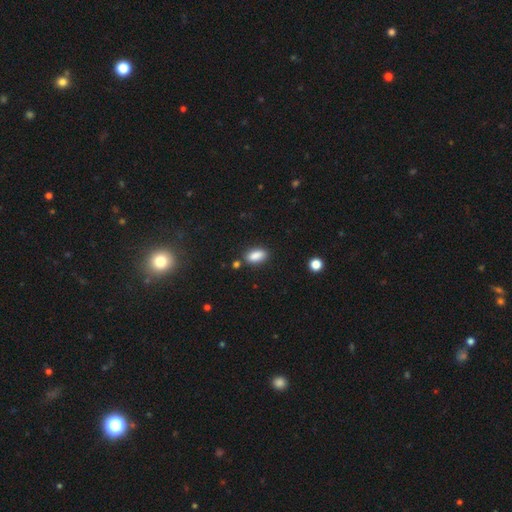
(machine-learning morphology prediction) Smooth or featured? Predicted: smooth (p=0.87). How rounded? Predicted: in between (p=0.87). Merging? Predicted: none (p=0.79).